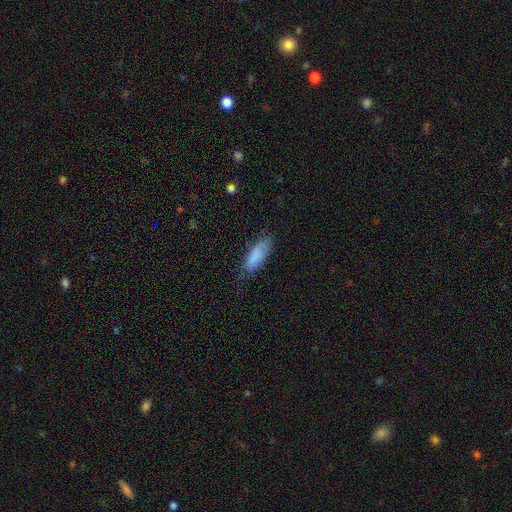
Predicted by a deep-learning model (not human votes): smooth-or-featured: smooth: 84% | featured or disk: 10% | star or artifact: 6%
  how-rounded: in between: 64% | cigar-shaped: 35% | round: 2%
  merging: none: 68% | minor disturbance: 24% | major disturbance: 6% | merger: 1%